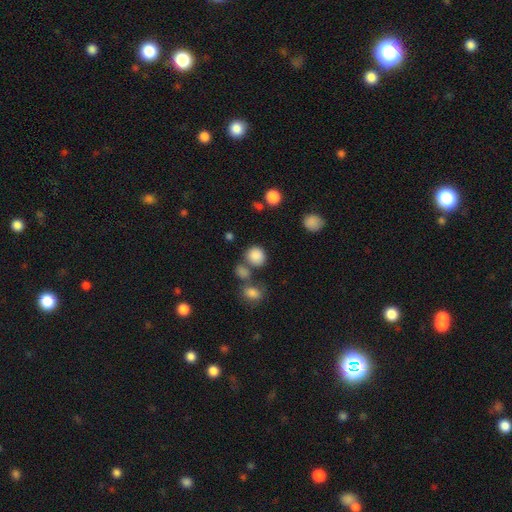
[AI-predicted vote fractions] Smooth or featured? smooth (85%)
How rounded? round (83%)
Merging? none (63%)